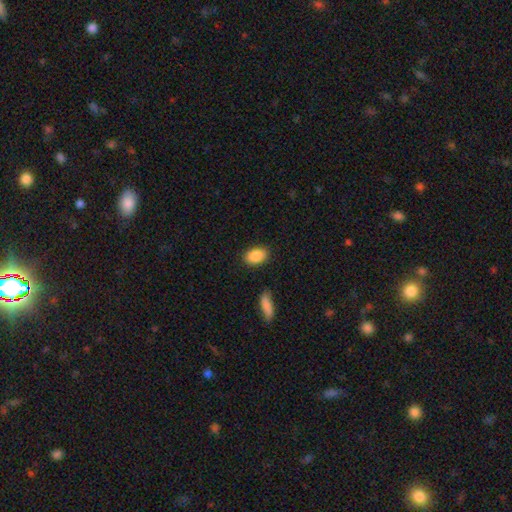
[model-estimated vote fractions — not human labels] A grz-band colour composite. It shows a smooth galaxy with no disk features (89%) that is in between round and cigar-shaped (89%). Merging: none (85%).